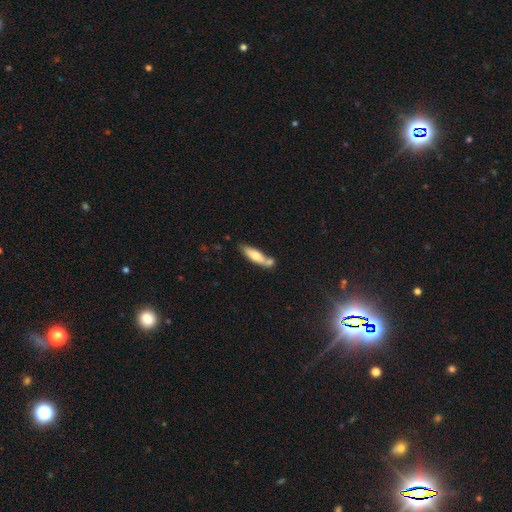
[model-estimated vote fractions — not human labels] The model was most divided on "merging": none: 50%, merger: 28%, minor disturbance: 17%, major disturbance: 5%. More confident: smooth or featured — smooth (64%); how rounded — cigar-shaped (63%).